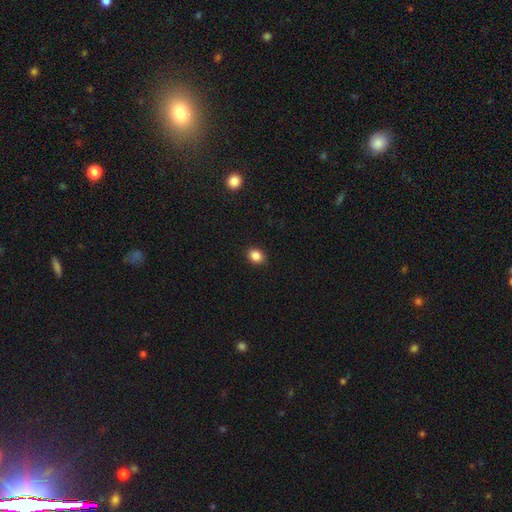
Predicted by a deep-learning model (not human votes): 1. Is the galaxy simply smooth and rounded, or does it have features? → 86% smooth, 10% star or artifact, 4% featured or disk.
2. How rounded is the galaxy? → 54% round, 45% in between, 1% cigar-shaped.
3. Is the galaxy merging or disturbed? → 90% none, 7% minor disturbance, 2% major disturbance, 1% merger.